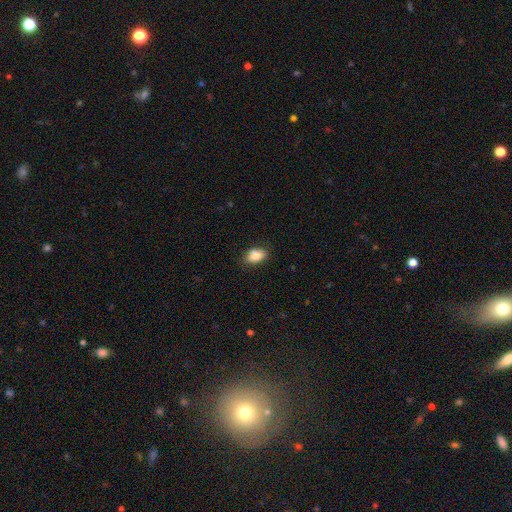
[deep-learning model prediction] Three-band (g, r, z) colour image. It shows a smooth galaxy with no disk features (84%) that is in between round and cigar-shaped (87%). Merging: none (83%).